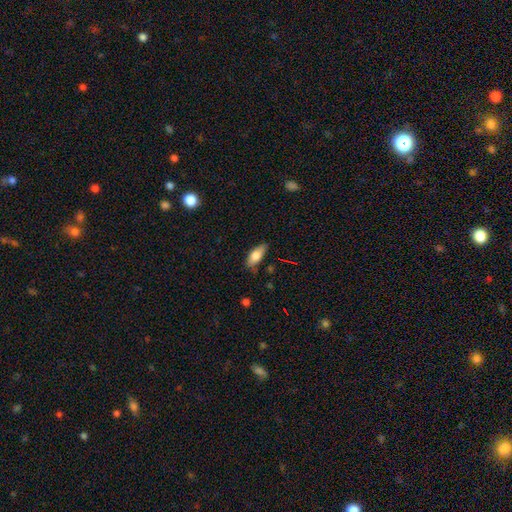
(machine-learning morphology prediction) smooth_or_featured: smooth (p=0.76) [alt: featured or disk p=0.17]
how_rounded: in between (p=0.81) [alt: cigar-shaped p=0.17]
merging: none (p=0.74) [alt: minor disturbance p=0.20]